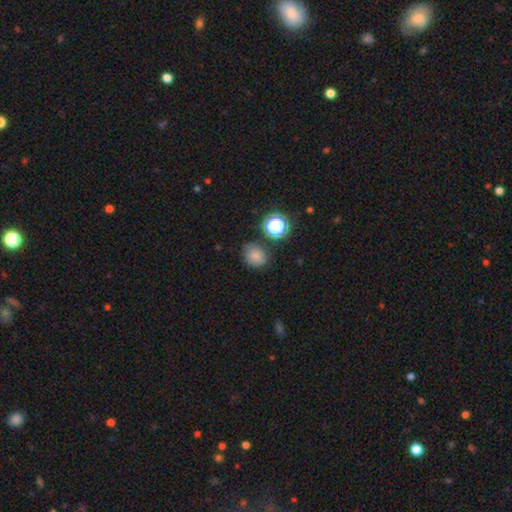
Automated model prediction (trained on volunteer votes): This is likely a smooth galaxy (74%). How rounded: likely round (70%). Merging: likely none (70%).